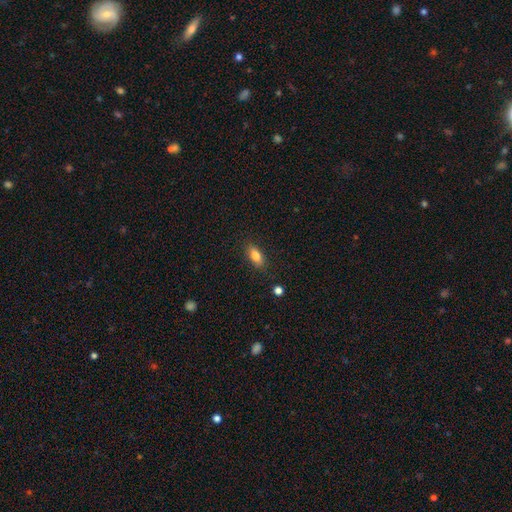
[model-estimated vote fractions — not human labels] smooth_or_featured: smooth (p=0.81) [alt: featured or disk p=0.11]
how_rounded: in between (p=0.84) [alt: cigar-shaped p=0.11]
merging: none (p=0.86) [alt: minor disturbance p=0.10]